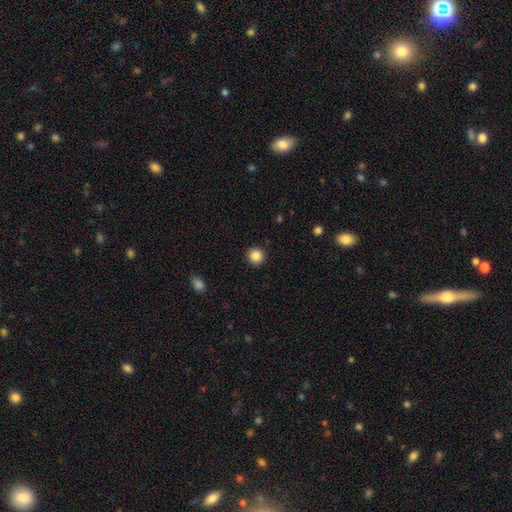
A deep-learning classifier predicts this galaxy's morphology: The model was most divided on "smooth or featured": smooth: 87%, star or artifact: 10%, featured or disk: 4%. More confident: how rounded — round (93%); merging — none (92%).